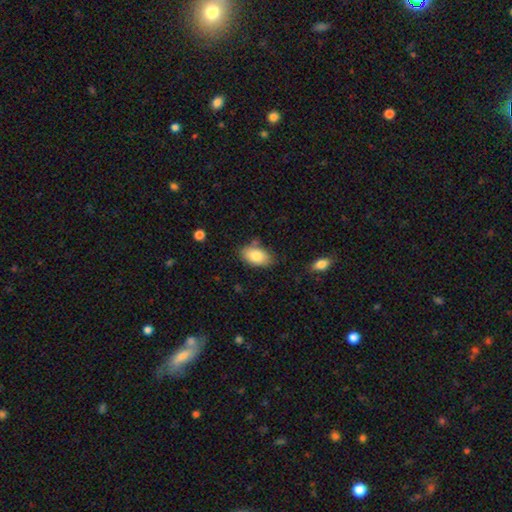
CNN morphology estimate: Smooth or featured? Predicted: smooth (p=0.84). How rounded? Predicted: in between (p=0.92). Merging? Predicted: none (p=0.75).